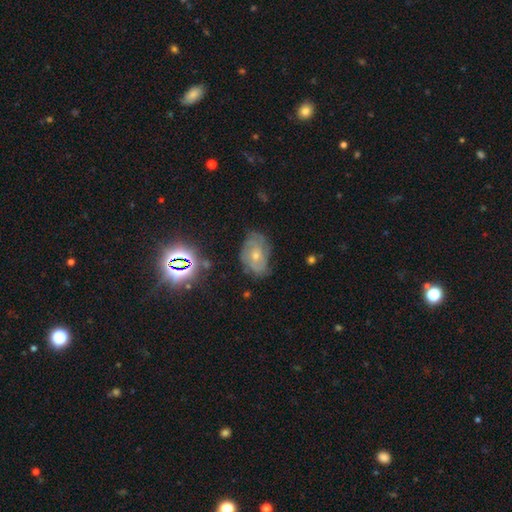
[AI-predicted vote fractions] Overall: featured or disk (65%). Edge-on disk: no (96%). Bar: no (75%). Spiral arms: yes (83%). Spiral arm count: can't tell (46%; 2 23%). Spiral winding: tight (58%; medium 32%). Bulge size: moderate (48%; small 47%). Merging: none (66%).